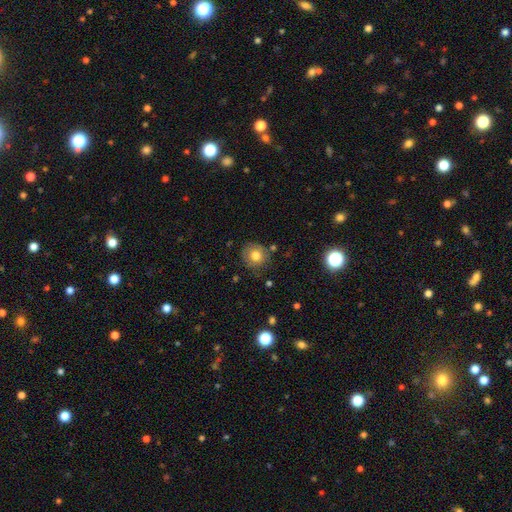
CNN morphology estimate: smooth 75%, featured or disk 14%, star or artifact 11%. Down the decision tree: how rounded — round (88%); merging — none (79%).